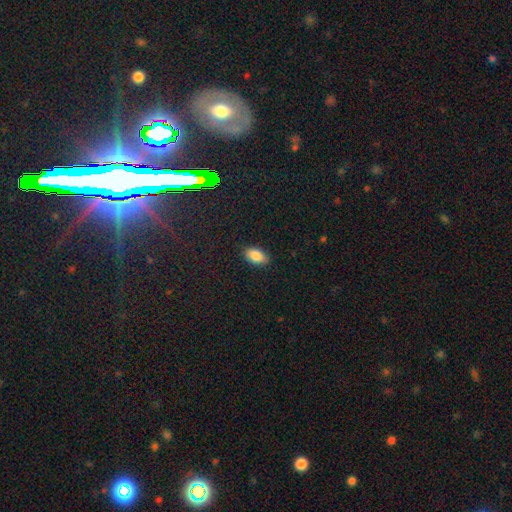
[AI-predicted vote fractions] The model was most divided on "merging": none: 87%, minor disturbance: 10%, major disturbance: 2%, merger: 1%. More confident: how rounded — in between (93%); smooth or featured — smooth (87%).